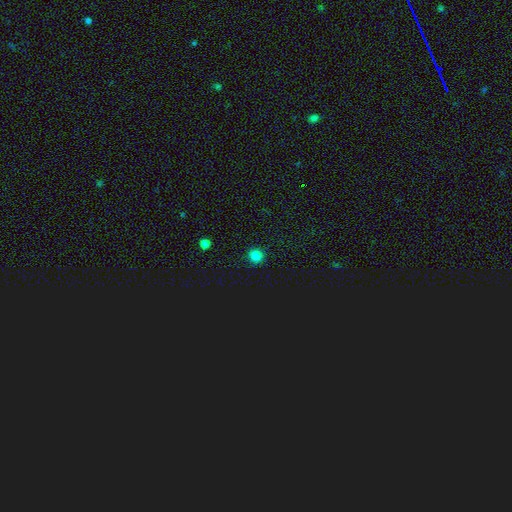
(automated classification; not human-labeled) The model was most divided on "smooth or featured": smooth: 81%, star or artifact: 16%, featured or disk: 4%. More confident: how rounded — round (94%); merging — none (91%).